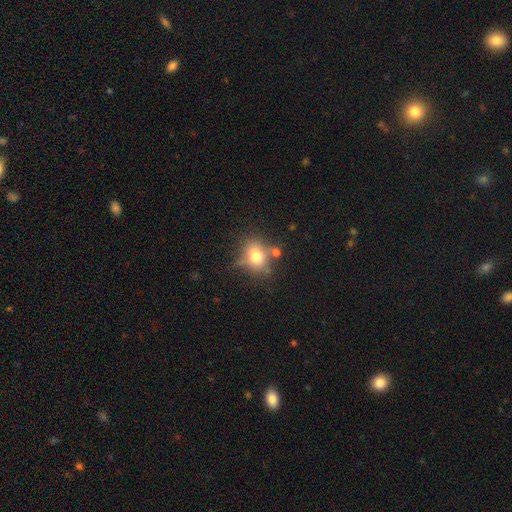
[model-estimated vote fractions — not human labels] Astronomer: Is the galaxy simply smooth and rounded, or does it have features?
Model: smooth — 69%.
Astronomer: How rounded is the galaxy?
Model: round — 61% (runner-up: in between, 37%).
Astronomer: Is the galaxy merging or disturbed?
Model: none — 63%.